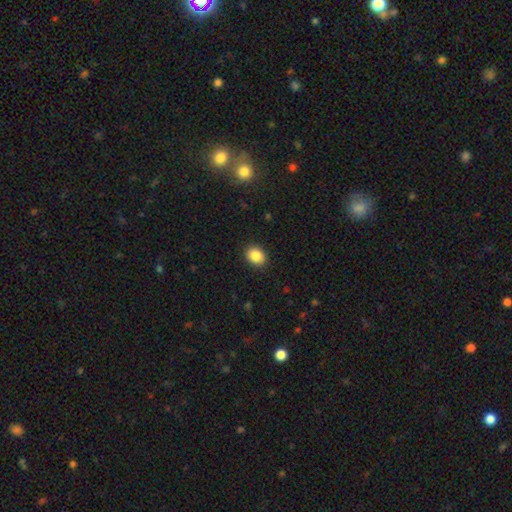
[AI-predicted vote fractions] Overall: smooth (87%). How rounded: in between (58%; round 41%). Merging: none (90%).